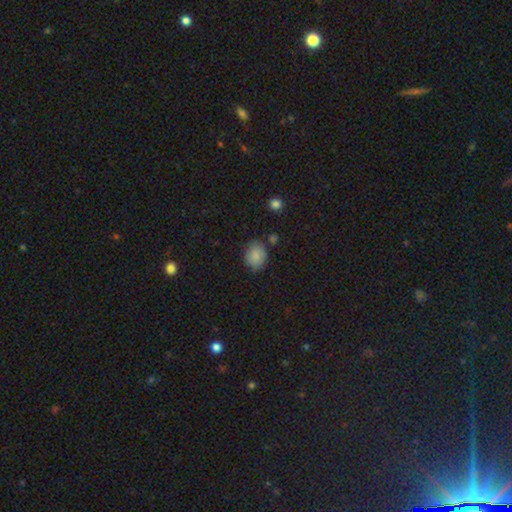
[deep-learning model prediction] A smooth galaxy with no disk features (85%) that is in between round and cigar-shaped (51%). Merging: none (74%).